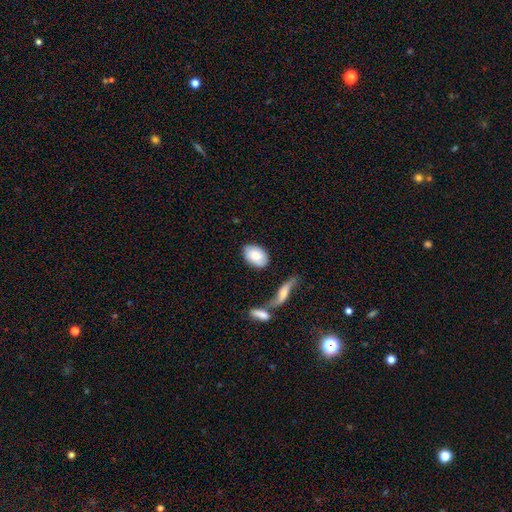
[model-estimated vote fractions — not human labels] Morphology: type=smooth (79%); roundness=in between (88%); merging=none (75%).